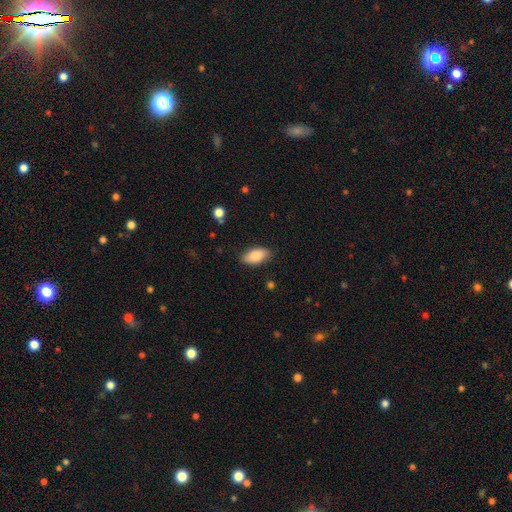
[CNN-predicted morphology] Smooth or featured: smooth — 87% (featured or disk — 7%)
How rounded: in between — 93% (cigar-shaped — 4%)
Merging: none — 83% (minor disturbance — 13%)